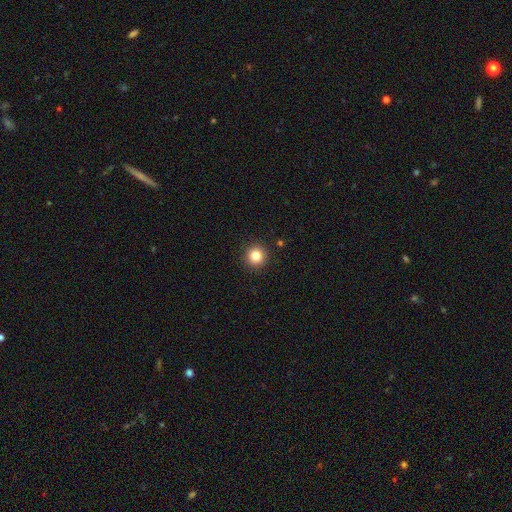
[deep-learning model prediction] Smooth or featured? Predicted: smooth (p=0.83). How rounded? Predicted: round (p=0.94). Merging? Predicted: none (p=0.92).